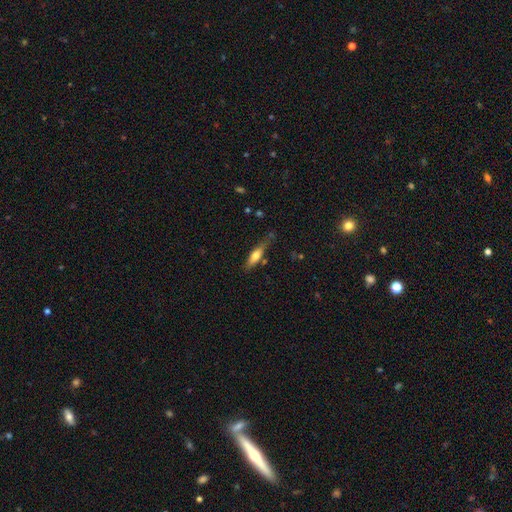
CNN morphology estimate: This is possibly a smooth galaxy (58%). How rounded: likely cigar-shaped (64%). Merging: likely none (64%).